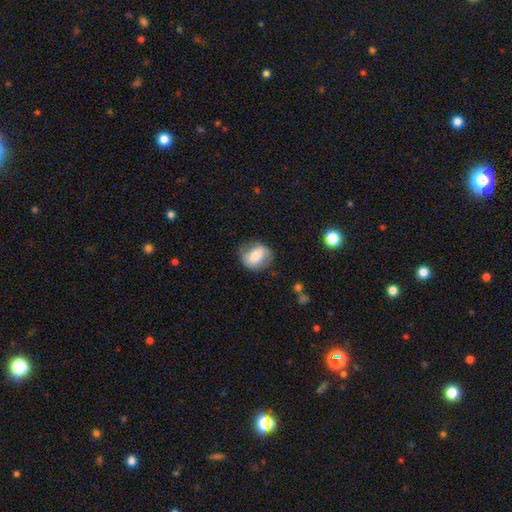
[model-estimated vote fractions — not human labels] This appears to be a smooth galaxy with no disk features (64%) that is round (58%). Merging: none (76%).